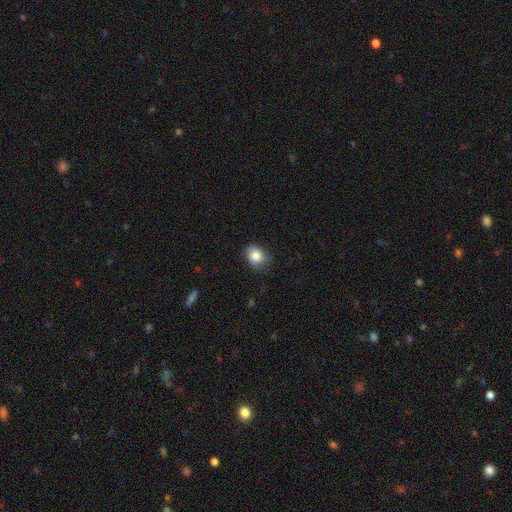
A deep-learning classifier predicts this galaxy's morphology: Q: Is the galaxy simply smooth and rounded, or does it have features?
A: smooth — 82%.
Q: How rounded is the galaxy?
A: in between — 52%.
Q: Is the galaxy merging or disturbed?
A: none — 71%.